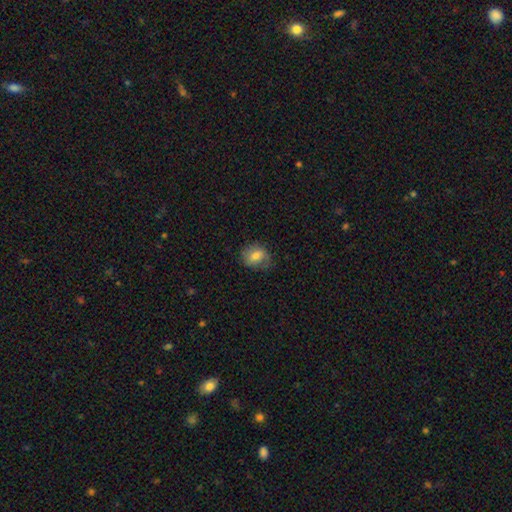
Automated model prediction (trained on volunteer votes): Smooth or featured: smooth — 73% (featured or disk — 19%)
How rounded: round — 53% (in between — 46%)
Merging: none — 68% (minor disturbance — 23%)